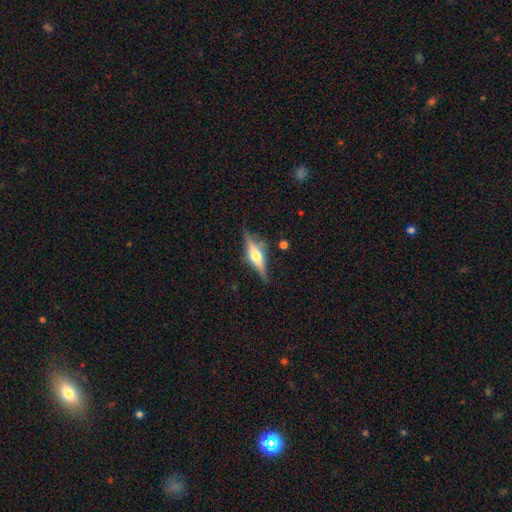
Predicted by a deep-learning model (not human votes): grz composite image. It shows a featured or disk galaxy (70%) viewed edge-on (96%) with a rounded central bulge (89%). Merging: none (80%).